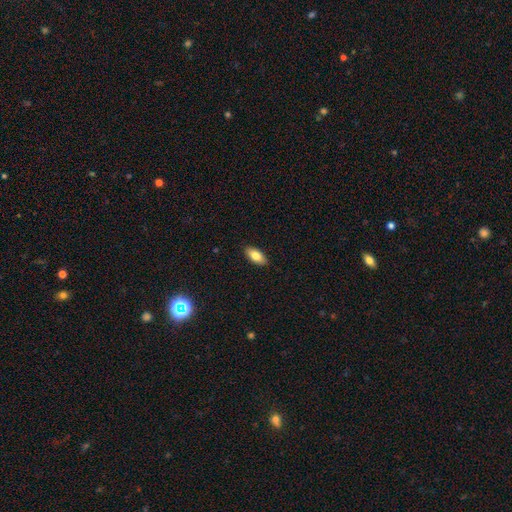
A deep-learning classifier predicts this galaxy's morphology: Smooth or featured? smooth (79%)
How rounded? in between (89%)
Merging? none (90%)